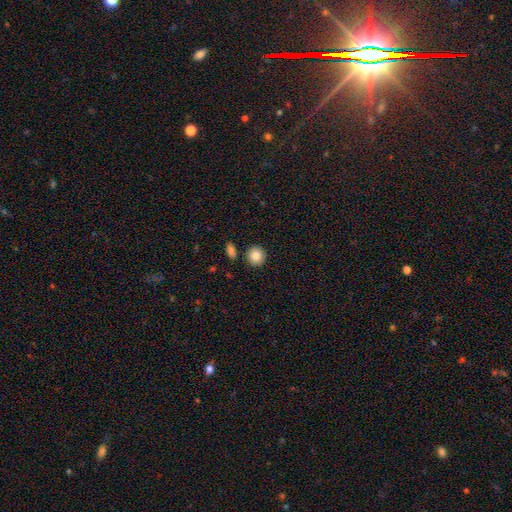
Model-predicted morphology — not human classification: Smooth or featured? smooth (85%)
How rounded? round (88%)
Merging? none (88%)